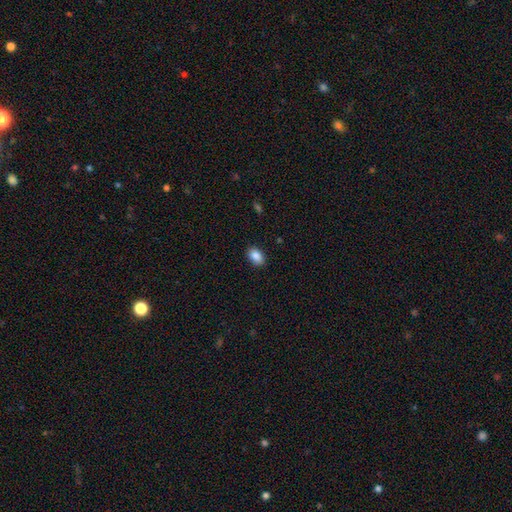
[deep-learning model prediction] Morphology: type=smooth (88%); roundness=in between (85%); merging=none (88%).